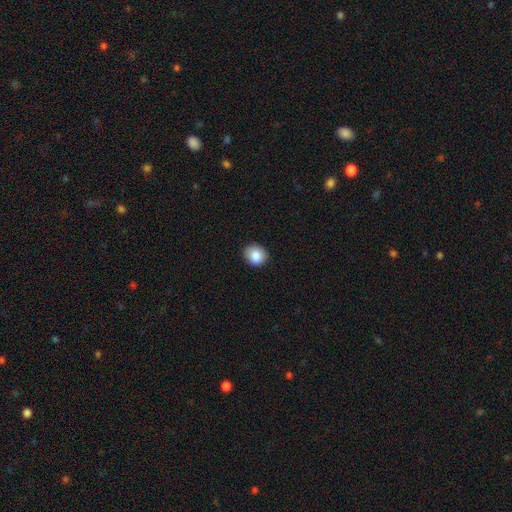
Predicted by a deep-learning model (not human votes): A smooth galaxy with no disk features (86%) that is round (72%). Merging: none (87%).